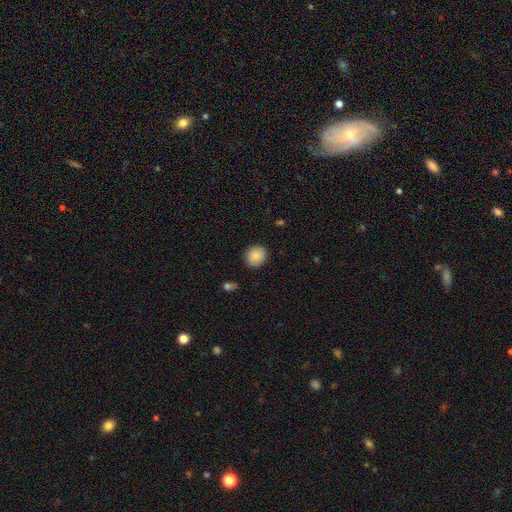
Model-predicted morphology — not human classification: Overall: smooth (86%). How rounded: round (83%). Merging: none (88%).